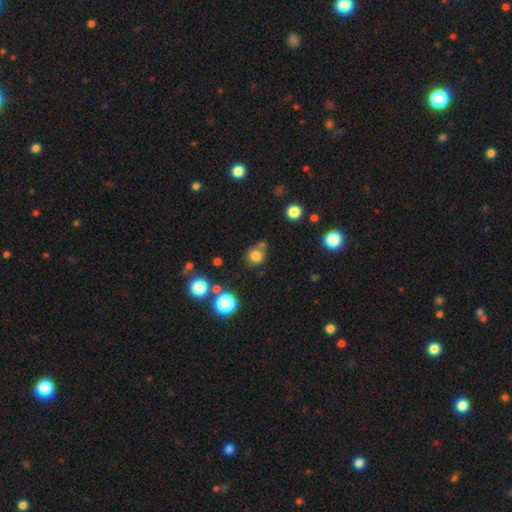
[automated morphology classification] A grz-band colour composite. It shows a smooth galaxy with no disk features (77%) that is round (76%). Merging: none (66%).